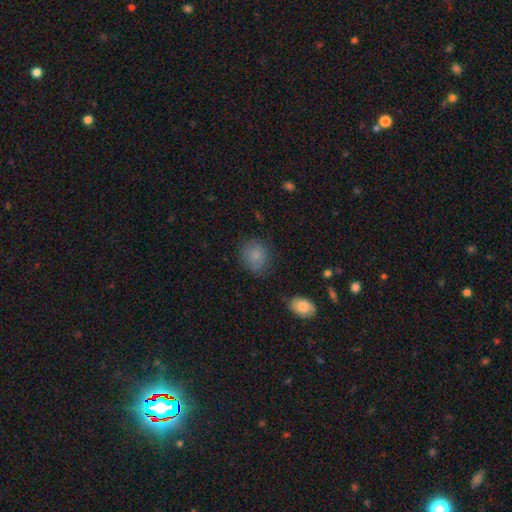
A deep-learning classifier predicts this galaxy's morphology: smooth_or_featured: smooth (p=0.83) [alt: star or artifact p=0.09]
how_rounded: round (p=0.66) [alt: in between p=0.33]
merging: none (p=0.73) [alt: minor disturbance p=0.19]